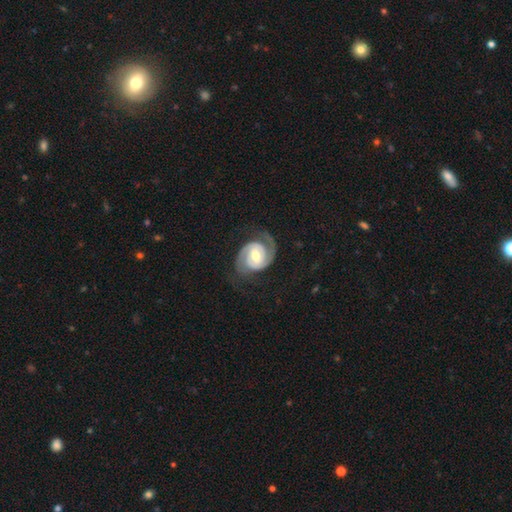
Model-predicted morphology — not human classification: A featured or disk galaxy (90%) with a weak bar (46%), 2 (92%) tight (52%) spiral arms (98%) and a moderate central bulge (69%).

Vote fractions:
- Smooth or featured? featured or disk: 90% / smooth: 6% / star or artifact: 4%
- Edge-on disk? no: 98% / yes: 2%
- Bar? weak: 46% / no: 30% / strong: 24%
- Spiral arms? yes: 98% / no: 2%
- Spiral winding? tight: 52% / medium: 39% / loose: 9%
- Spiral arm count? 2: 92% / can't tell: 3% / 3: 2% / 1: 2% / 4: 1% / more than 4: 1%
- Bulge size? moderate: 69% / small: 22% / large: 7% / none: 1% / dominant: 1%
- Merging? none: 76% / minor disturbance: 15% / major disturbance: 8% / merger: 1%